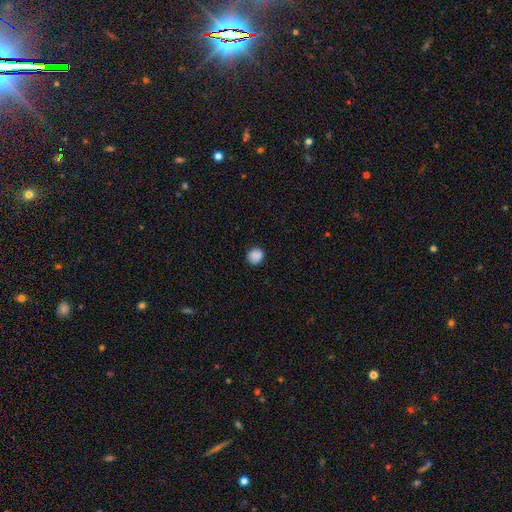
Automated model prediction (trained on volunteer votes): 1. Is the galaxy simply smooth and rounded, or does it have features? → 88% smooth, 9% star or artifact, 3% featured or disk.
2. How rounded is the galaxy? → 83% round, 16% in between, 1% cigar-shaped.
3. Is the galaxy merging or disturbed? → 87% none, 9% minor disturbance, 2% major disturbance, 1% merger.